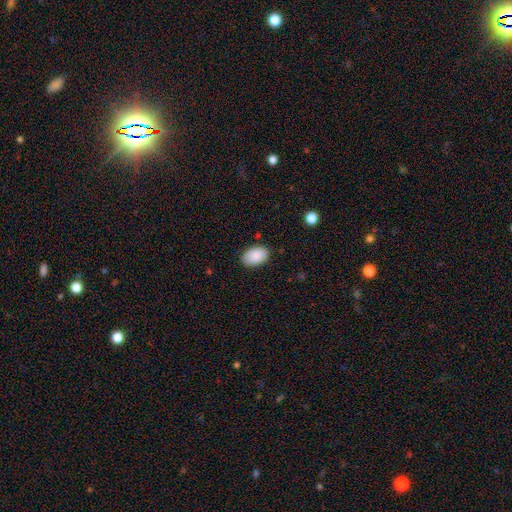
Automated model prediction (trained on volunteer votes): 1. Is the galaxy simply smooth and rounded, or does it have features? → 90% smooth, 7% star or artifact, 4% featured or disk.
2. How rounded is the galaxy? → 91% in between, 8% round, 1% cigar-shaped.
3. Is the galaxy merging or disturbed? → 85% none, 11% minor disturbance, 2% major disturbance, 1% merger.